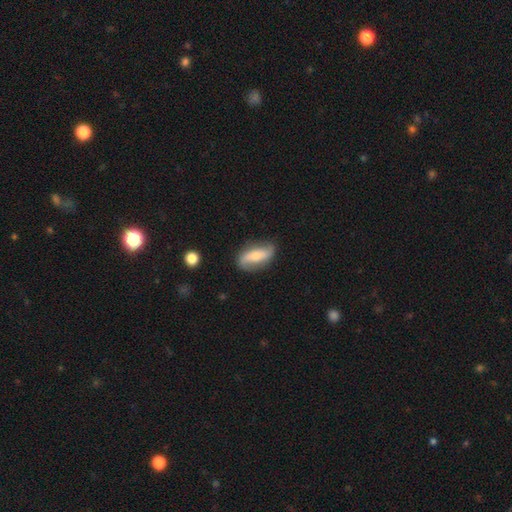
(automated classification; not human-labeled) smooth_or_featured: featured or disk (p=0.59) [alt: smooth p=0.35]
disk_edge_on: no (p=0.86) [alt: yes p=0.14]
bar: no (p=0.39) [alt: strong p=0.34]
has_spiral_arms: yes (p=0.83) [alt: no p=0.17]
bulge_size: moderate (p=0.47) [alt: small p=0.44]
merging: none (p=0.76) [alt: minor disturbance p=0.18]